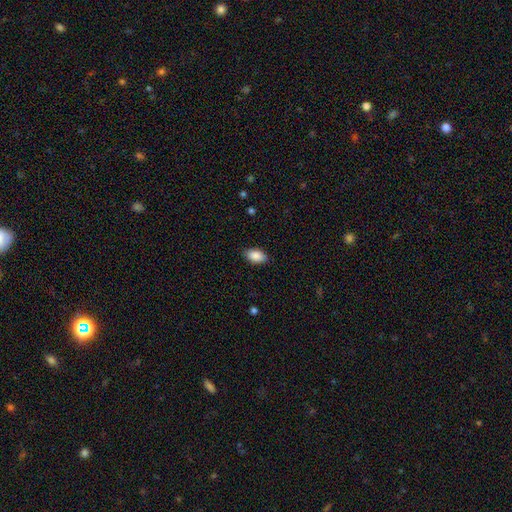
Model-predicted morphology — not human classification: A smooth galaxy with no disk features (89%) that is in between round and cigar-shaped (93%).

Vote fractions:
- Smooth or featured? smooth: 89% / star or artifact: 7% / featured or disk: 4%
- How rounded? in between: 93% / round: 5% / cigar-shaped: 2%
- Merging? none: 86% / minor disturbance: 10% / major disturbance: 2% / merger: 1%